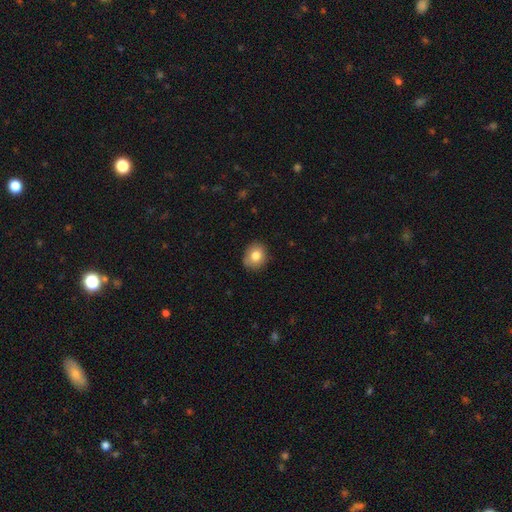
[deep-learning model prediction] Smooth or featured? smooth (81%)
How rounded? round (66%)
Merging? none (84%)